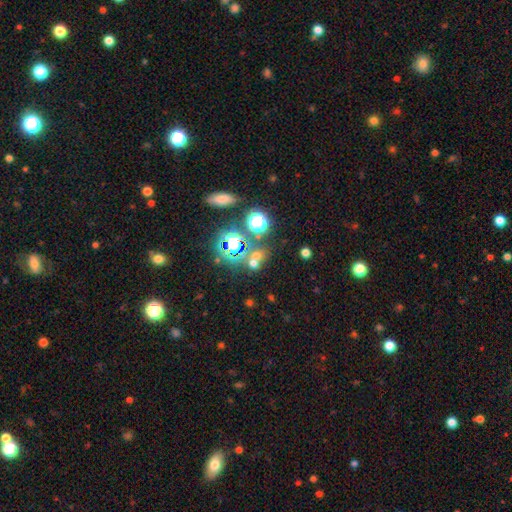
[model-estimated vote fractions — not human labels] The model was most divided on "smooth or featured": smooth: 47%, star or artifact: 44%, featured or disk: 10%. More confident: merging — none (59%).